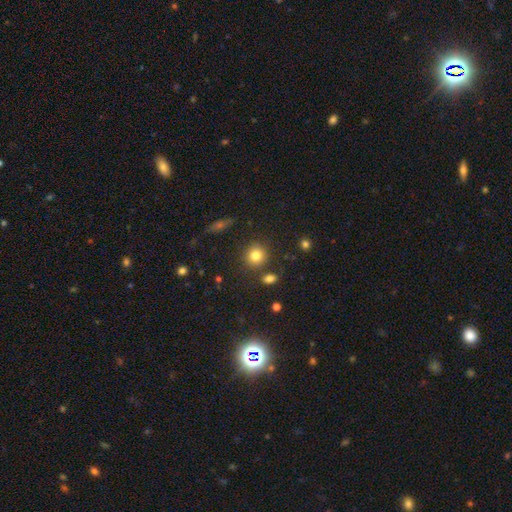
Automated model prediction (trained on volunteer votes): A smooth galaxy with no disk features (81%) that is round (86%).

Vote fractions:
- Smooth or featured? smooth: 81% / star or artifact: 12% / featured or disk: 7%
- How rounded? round: 86% / in between: 13% / cigar-shaped: 1%
- Merging? none: 81% / minor disturbance: 9% / merger: 6% / major disturbance: 3%